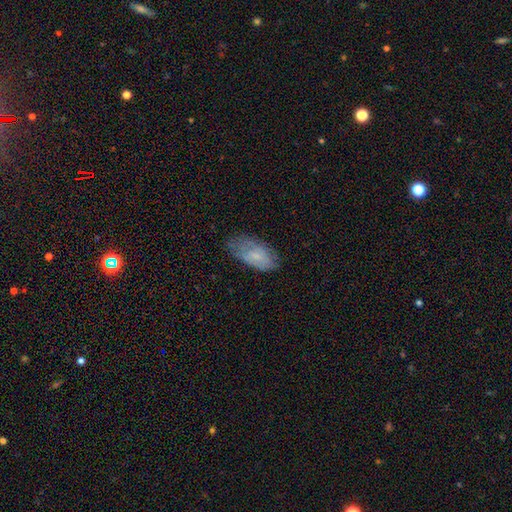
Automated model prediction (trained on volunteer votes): Q: Smooth or featured?
A: smooth (60%); runner-up: featured or disk (33%)
Q: How rounded?
A: in between (92%); runner-up: cigar-shaped (5%)
Q: Merging?
A: none (53%); runner-up: minor disturbance (33%)